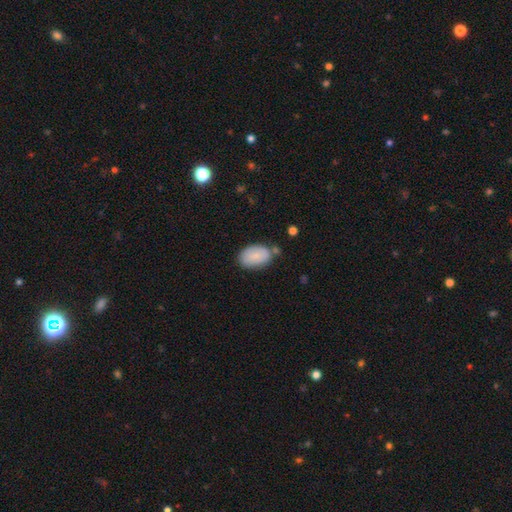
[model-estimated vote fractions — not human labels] The model was most divided on "merging": none: 67%, minor disturbance: 21%, merger: 7%, major disturbance: 4%. More confident: how rounded — in between (92%); smooth or featured — smooth (83%).